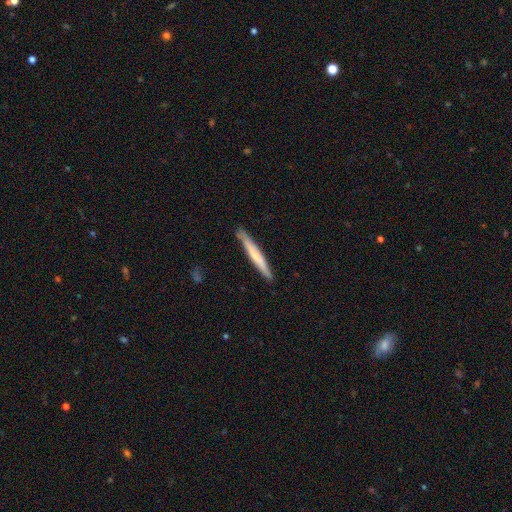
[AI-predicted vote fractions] This appears to be a smooth galaxy with no disk features (54%) that is cigar-shaped (96%). Merging: none (87%).